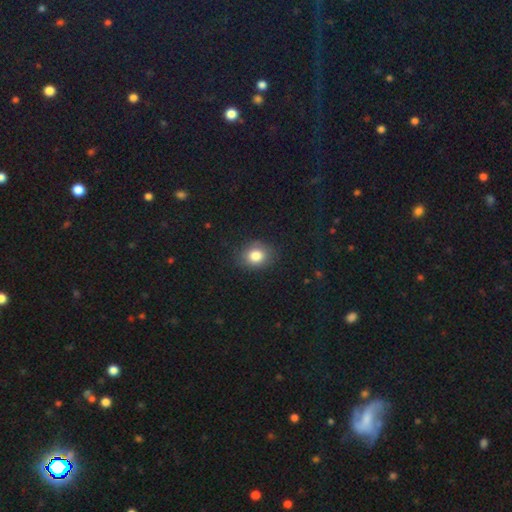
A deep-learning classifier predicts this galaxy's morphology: Smooth or featured: smooth — 82% (star or artifact — 10%)
How rounded: round — 56% (in between — 43%)
Merging: none — 82% (minor disturbance — 14%)